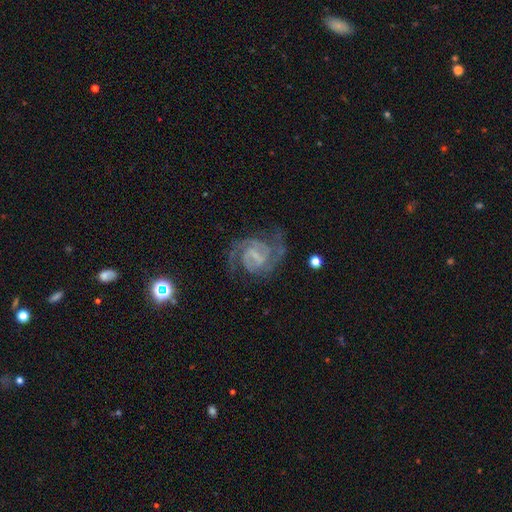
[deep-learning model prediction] Smooth or featured: featured or disk — 90% (star or artifact — 6%)
Edge-on disk: no — 98% (yes — 2%)
Bar: weak — 55% (strong — 24%)
Spiral arms: yes — 98% (no — 2%)
Spiral winding: medium — 50% (tight — 41%)
Spiral arm count: 2 — 70% (3 — 13%)
Bulge size: small — 48% (none — 37%)
Merging: none — 70% (minor disturbance — 16%)